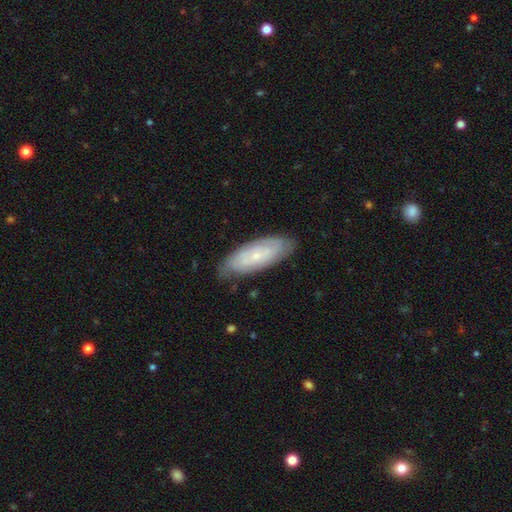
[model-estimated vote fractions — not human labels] Smooth or featured? featured or disk (53%)
Edge-on disk? no (84%)
Merging? none (77%)